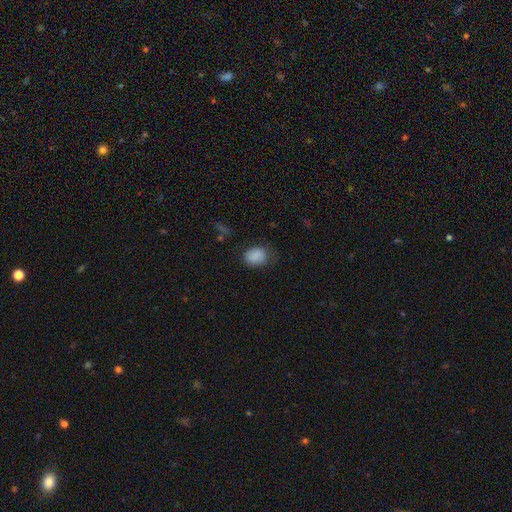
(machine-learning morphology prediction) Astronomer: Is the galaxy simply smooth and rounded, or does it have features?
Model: smooth — 87%.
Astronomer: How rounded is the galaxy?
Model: in between — 57% (runner-up: round, 42%).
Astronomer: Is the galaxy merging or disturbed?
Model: none — 77%.